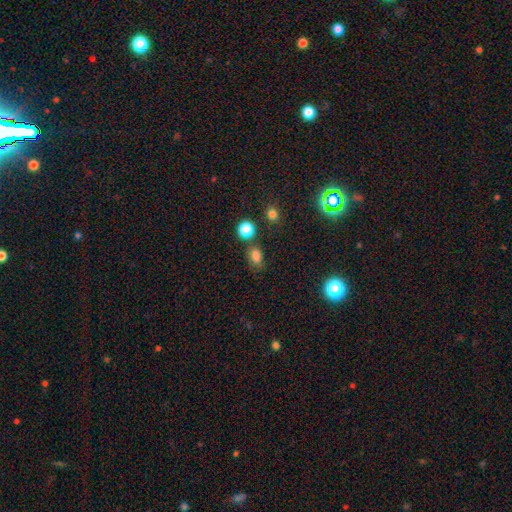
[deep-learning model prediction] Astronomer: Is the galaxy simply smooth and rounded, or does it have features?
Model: smooth — 78%.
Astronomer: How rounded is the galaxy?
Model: in between — 70%.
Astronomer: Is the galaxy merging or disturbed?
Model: none — 64%.